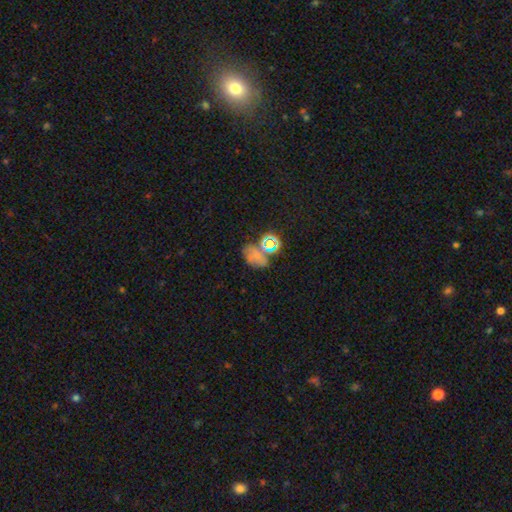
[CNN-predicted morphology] Smooth or featured? Predicted: smooth (p=0.52). How rounded? Predicted: in between (p=0.62). Merging? Predicted: none (p=0.49).